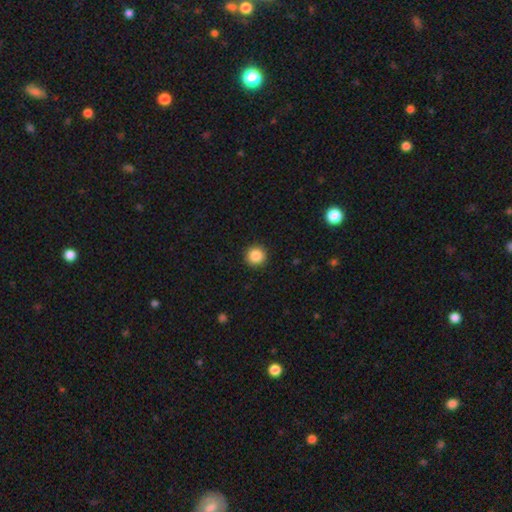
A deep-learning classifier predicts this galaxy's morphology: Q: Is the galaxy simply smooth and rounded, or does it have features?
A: smooth — 87%.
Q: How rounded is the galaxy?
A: round — 95%.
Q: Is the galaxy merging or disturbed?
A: none — 93%.